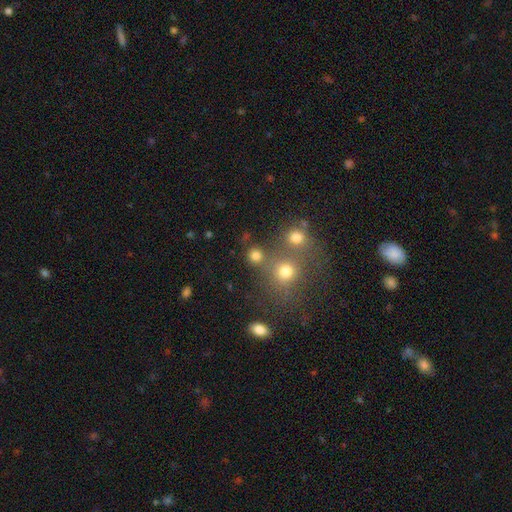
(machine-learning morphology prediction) Smooth or featured?
  - smooth: 78% *
  - star or artifact: 16%
  - featured or disk: 6%
How rounded?
  - round: 90% *
  - in between: 9%
  - cigar-shaped: 1%
Merging?
  - none: 72% *
  - merger: 17%
  - minor disturbance: 7%
  - major disturbance: 4%